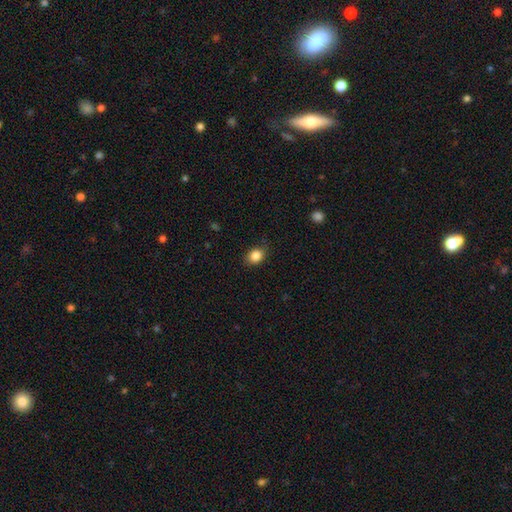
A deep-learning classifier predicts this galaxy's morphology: Q: Smooth or featured?
A: smooth (85%); runner-up: star or artifact (10%)
Q: How rounded?
A: in between (52%); runner-up: round (47%)
Q: Merging?
A: none (82%); runner-up: minor disturbance (14%)